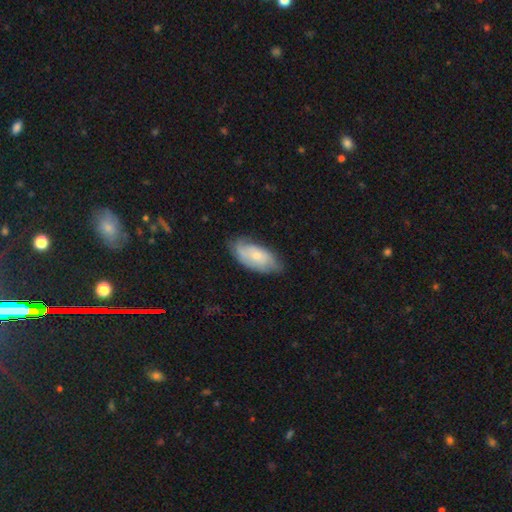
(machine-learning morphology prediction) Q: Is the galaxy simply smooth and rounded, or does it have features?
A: smooth — 48%.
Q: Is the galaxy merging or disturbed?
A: none — 66%.